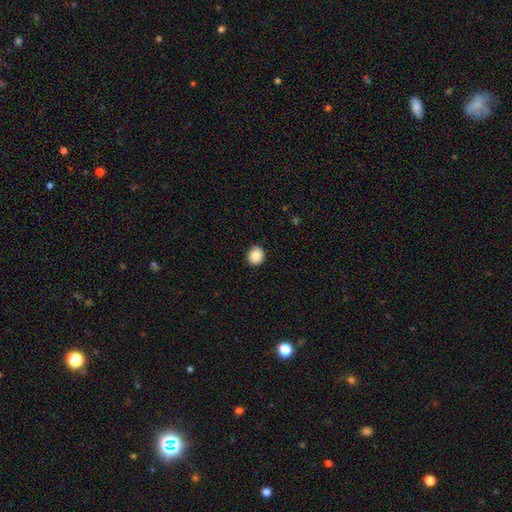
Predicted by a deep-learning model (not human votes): smooth 86%, star or artifact 8%, featured or disk 5%. Down the decision tree: how rounded — round (85%); merging — none (90%).